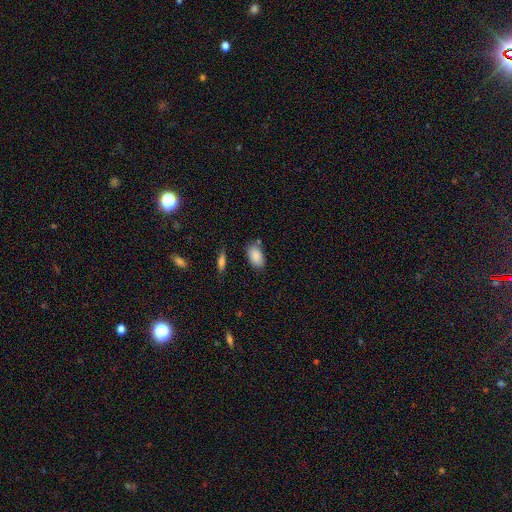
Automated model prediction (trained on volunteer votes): smooth_or_featured: smooth (p=0.87) [alt: star or artifact p=0.07]
how_rounded: in between (p=0.93) [alt: round p=0.04]
merging: none (p=0.73) [alt: minor disturbance p=0.16]